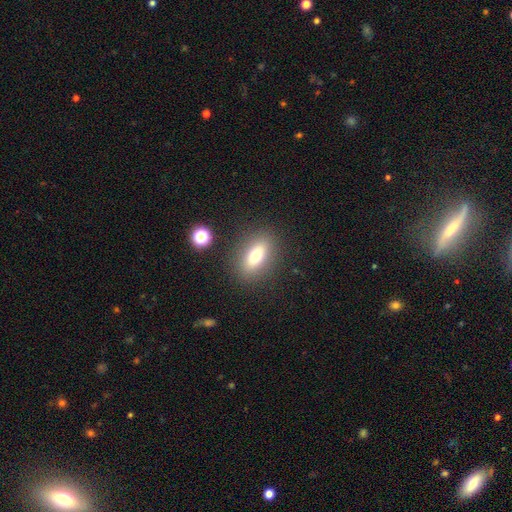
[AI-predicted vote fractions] This is likely a smooth galaxy (70%). How rounded: likely in between (77%). Merging: clearly none (85%).